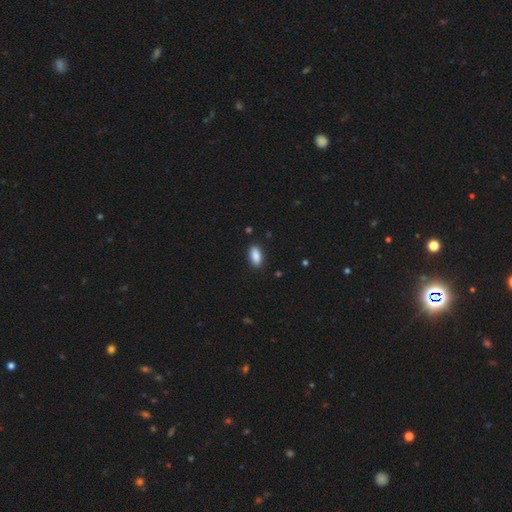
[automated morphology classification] smooth-or-featured: smooth: 88% | star or artifact: 7% | featured or disk: 5%
  how-rounded: in between: 89% | cigar-shaped: 8% | round: 3%
  merging: none: 88% | minor disturbance: 9% | major disturbance: 2% | merger: 1%